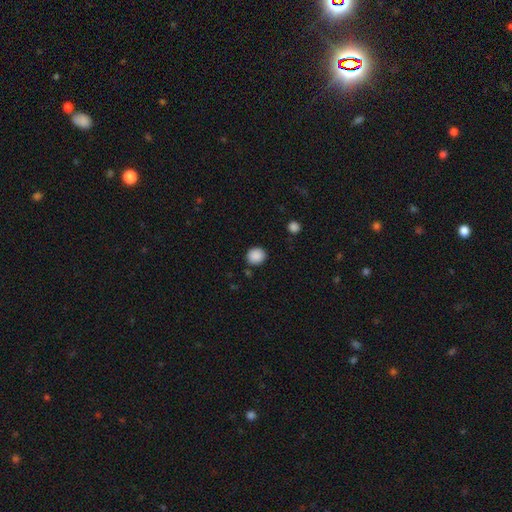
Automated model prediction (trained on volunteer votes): Q: Smooth or featured?
A: smooth (89%); runner-up: star or artifact (9%)
Q: How rounded?
A: round (79%); runner-up: in between (20%)
Q: Merging?
A: none (87%); runner-up: minor disturbance (9%)